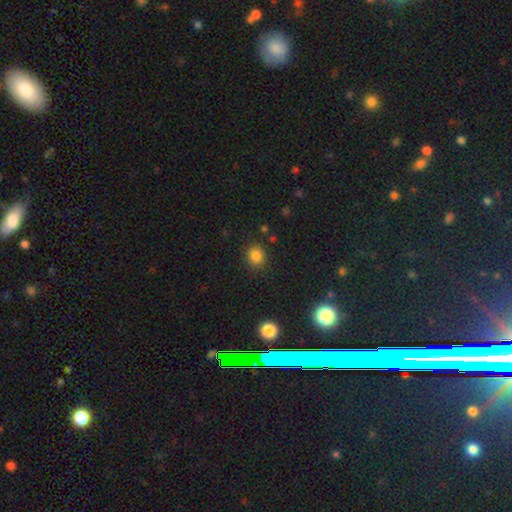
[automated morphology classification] smooth_or_featured: smooth (p=0.82) [alt: star or artifact p=0.13]
how_rounded: round (p=0.74) [alt: in between p=0.25]
merging: none (p=0.86) [alt: minor disturbance p=0.09]